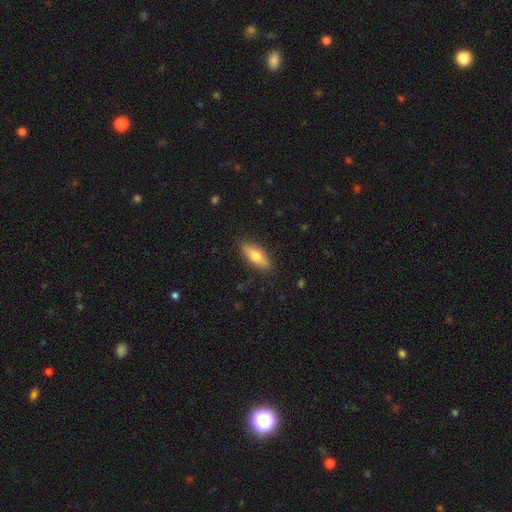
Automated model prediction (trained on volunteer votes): This appears to be a smooth galaxy with no disk features (68%) that is in between round and cigar-shaped (63%). Merging: none (87%).